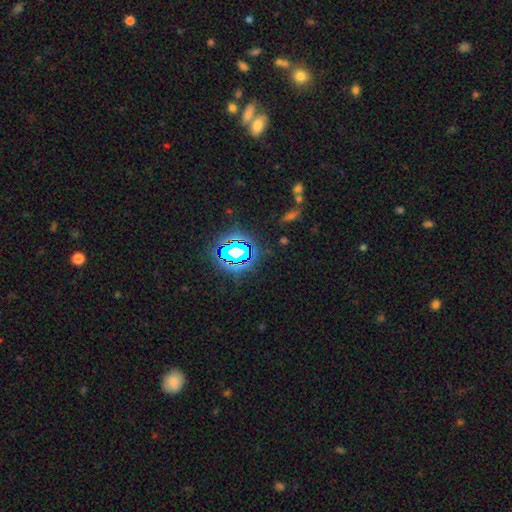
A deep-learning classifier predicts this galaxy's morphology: Q: Smooth or featured?
A: star or artifact (78%); runner-up: smooth (14%)